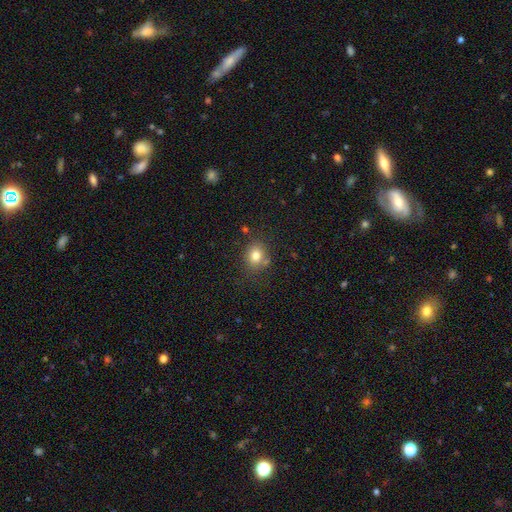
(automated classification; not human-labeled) A smooth galaxy with no disk features (79%) that is round (69%). Merging: none (75%).